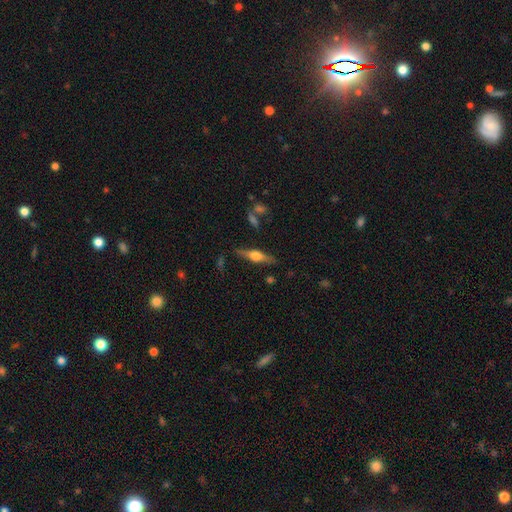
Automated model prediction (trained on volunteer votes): This is likely a featured or disk galaxy (67%). It is clearly viewed edge-on (96%). Edge-on bulge: clearly rounded (92%). Merging: clearly none (85%).